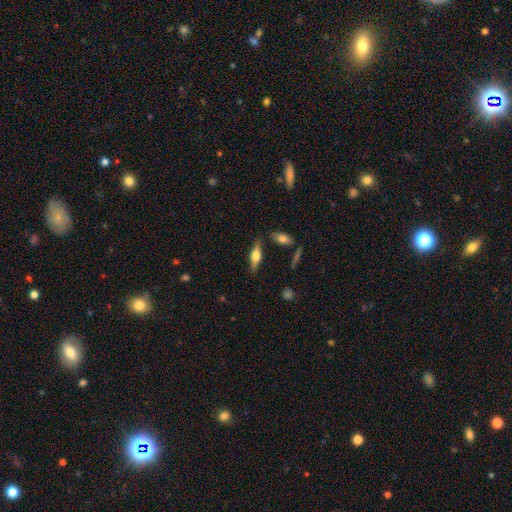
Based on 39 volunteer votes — Smooth or featured? featured or disk (67%)
Edge-on disk? yes (100%)
Edge-on bulge? rounded (92%)
Merging? none (92%)